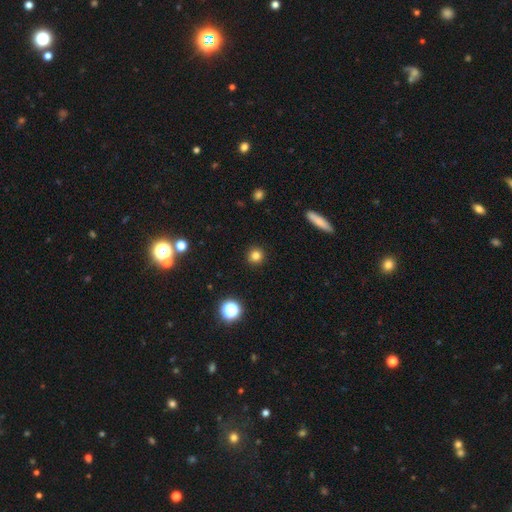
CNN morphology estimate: The model was most divided on "smooth or featured": smooth: 81%, star or artifact: 14%, featured or disk: 5%. More confident: how rounded — round (94%); merging — none (92%).